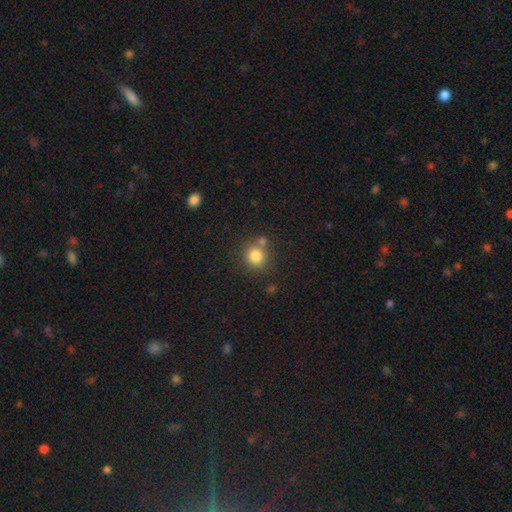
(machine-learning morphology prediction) A smooth galaxy with no disk features (82%) that is round (90%). Merging: none (66%).